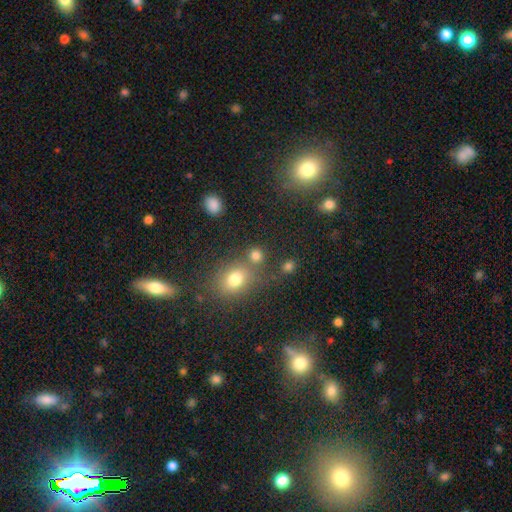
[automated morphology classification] Smooth or featured? smooth (77%)
How rounded? round (81%)
Merging? none (67%)